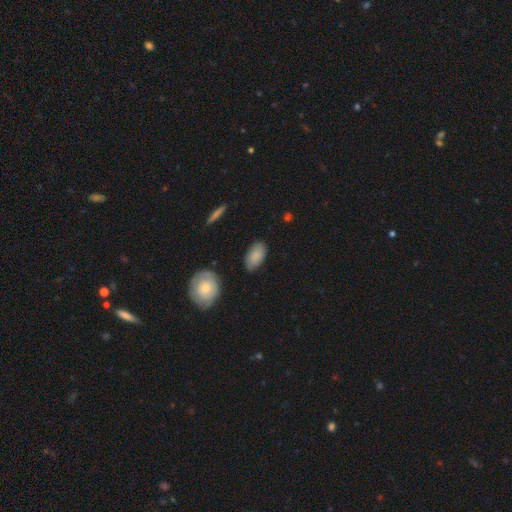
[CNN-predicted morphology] Q: Smooth or featured?
A: smooth (83%); runner-up: featured or disk (11%)
Q: How rounded?
A: in between (93%); runner-up: round (4%)
Q: Merging?
A: none (78%); runner-up: minor disturbance (16%)